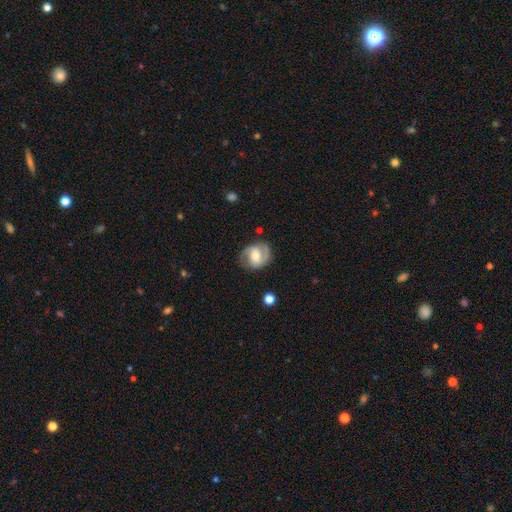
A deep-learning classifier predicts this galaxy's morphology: Overall: featured or disk (76%). Edge-on disk: no (97%). Bar: weak (44%; no 34%). Spiral arms: yes (91%). Spiral arm count: 2 (85%). Spiral winding: medium (49%; tight 33%). Bulge size: moderate (59%; small 32%). Merging: none (77%).